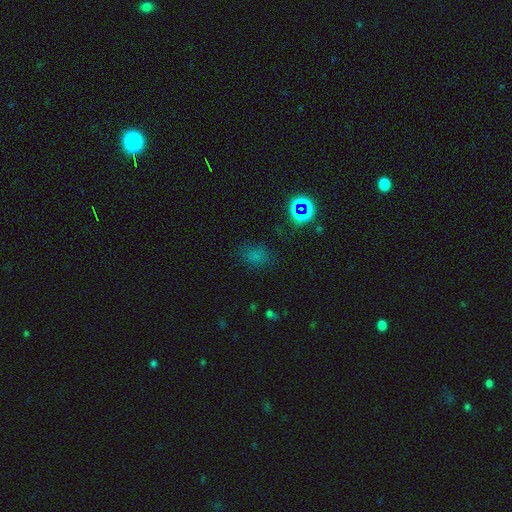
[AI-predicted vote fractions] The model was most divided on "how rounded": in between: 50%, round: 48%, cigar-shaped: 2%. More confident: merging — none (73%); smooth or featured — smooth (64%).